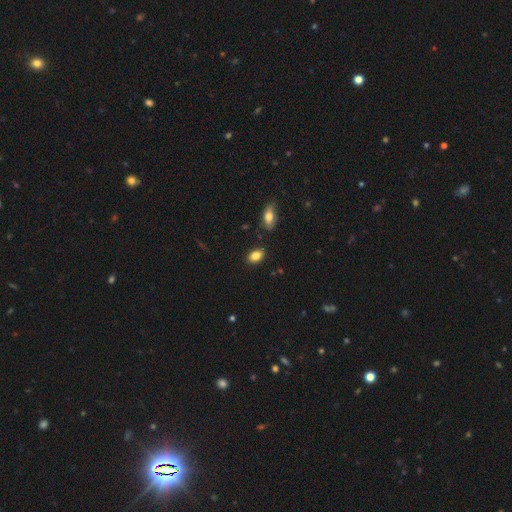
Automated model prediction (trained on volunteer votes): Smooth or featured? smooth (84%)
How rounded? in between (87%)
Merging? none (85%)